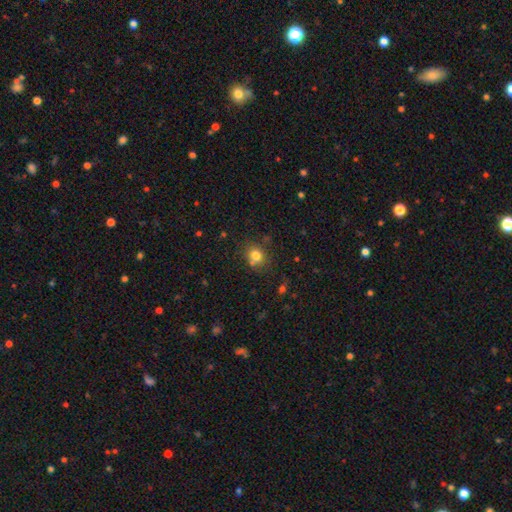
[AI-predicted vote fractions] Smooth or featured: smooth — 79% (star or artifact — 13%)
How rounded: round — 77% (in between — 22%)
Merging: none — 70% (minor disturbance — 15%)